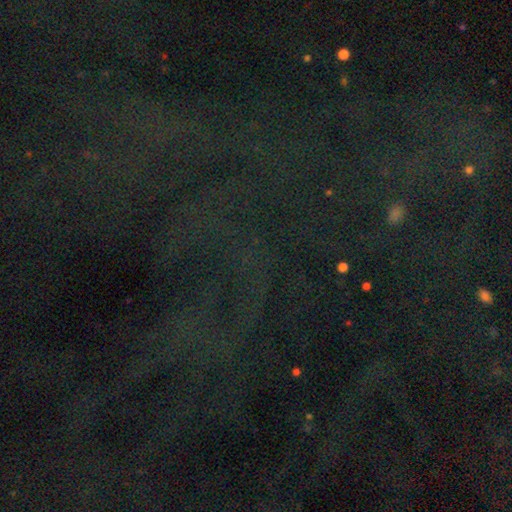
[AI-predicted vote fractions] The model was most divided on "smooth or featured": star or artifact: 77%, smooth: 12%, featured or disk: 11%.